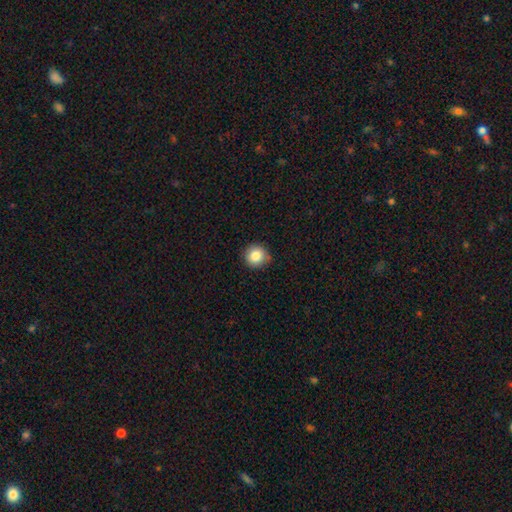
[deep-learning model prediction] Smooth or featured? Predicted: smooth (p=0.85). How rounded? Predicted: round (p=0.93). Merging? Predicted: none (p=0.88).